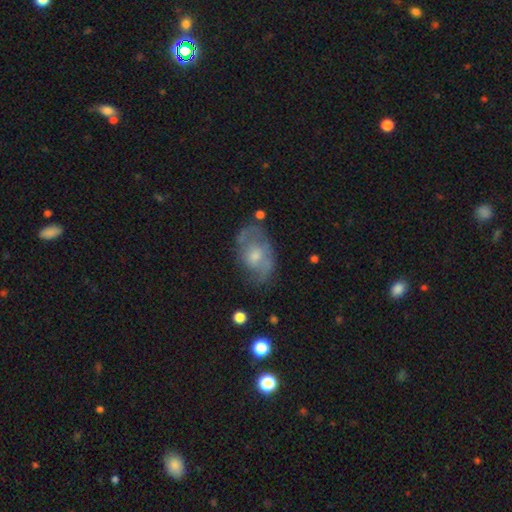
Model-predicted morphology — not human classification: type=featured or disk (58%); edge-on=no (95%); bar=no (74%); spiral arms=yes (57%); bulge=moderate (50%); merging=none (57%).